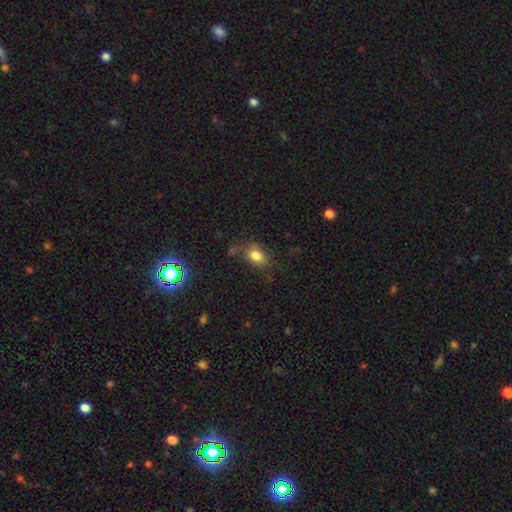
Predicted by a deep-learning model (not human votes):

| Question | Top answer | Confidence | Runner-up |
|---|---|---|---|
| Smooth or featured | smooth | 80% | star or artifact (12%) |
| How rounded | in between | 71% | round (27%) |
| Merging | none | 67% | minor disturbance (20%) |